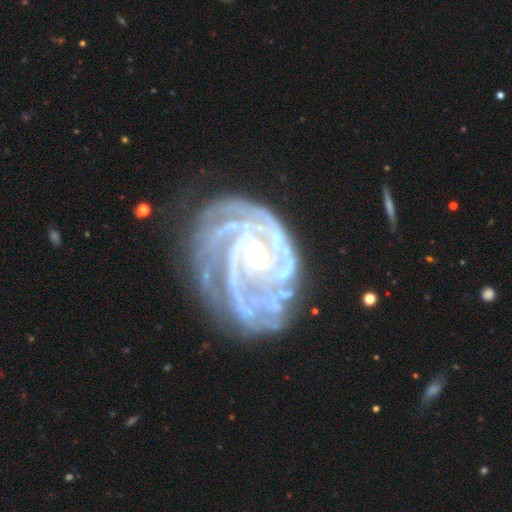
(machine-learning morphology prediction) Smooth or featured: featured or disk — 91% (star or artifact — 6%)
Edge-on disk: no — 98% (yes — 2%)
Bar: no — 68% (weak — 22%)
Spiral arms: yes — 98% (no — 2%)
Spiral winding: tight — 71% (medium — 25%)
Spiral arm count: 3 — 28% (4 — 22%)
Bulge size: small — 84% (moderate — 10%)
Merging: none — 59% (minor disturbance — 23%)